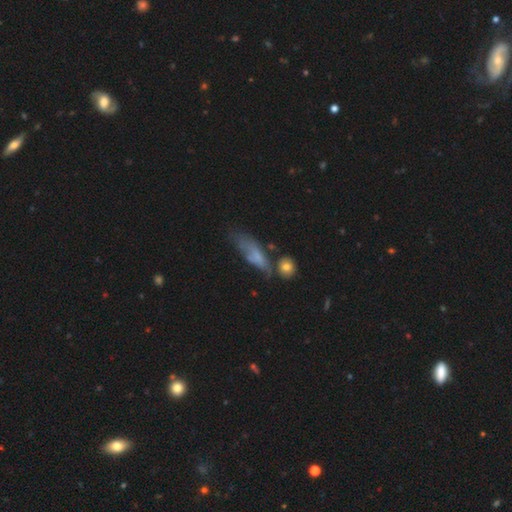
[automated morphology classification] Smooth or featured? smooth (60%)
How rounded? in between (56%)
Merging? none (35%)